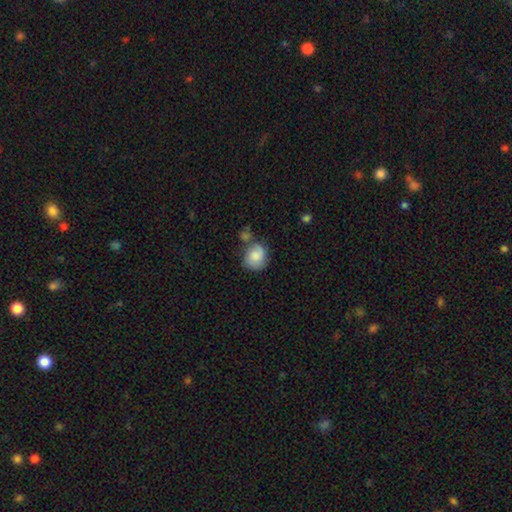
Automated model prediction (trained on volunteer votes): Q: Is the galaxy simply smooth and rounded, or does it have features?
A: smooth — 74%.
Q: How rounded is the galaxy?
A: round — 69%.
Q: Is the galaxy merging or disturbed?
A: none — 48%.